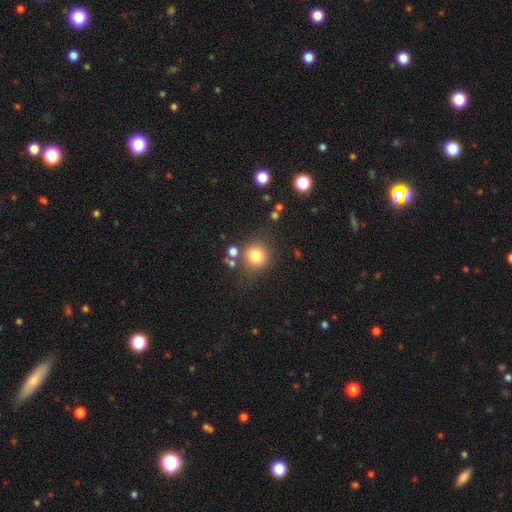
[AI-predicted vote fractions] A smooth galaxy with no disk features (81%) that is round (88%).

Vote fractions:
- Smooth or featured? smooth: 81% / star or artifact: 12% / featured or disk: 7%
- How rounded? round: 88% / in between: 11% / cigar-shaped: 1%
- Merging? none: 76% / minor disturbance: 11% / merger: 8% / major disturbance: 5%